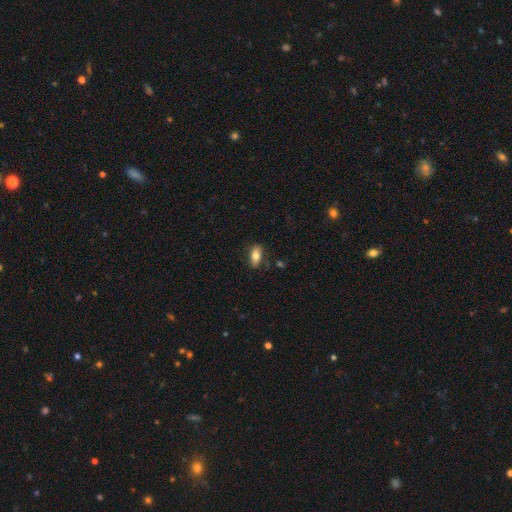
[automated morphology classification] type=smooth (78%); roundness=in between (86%); merging=none (81%).